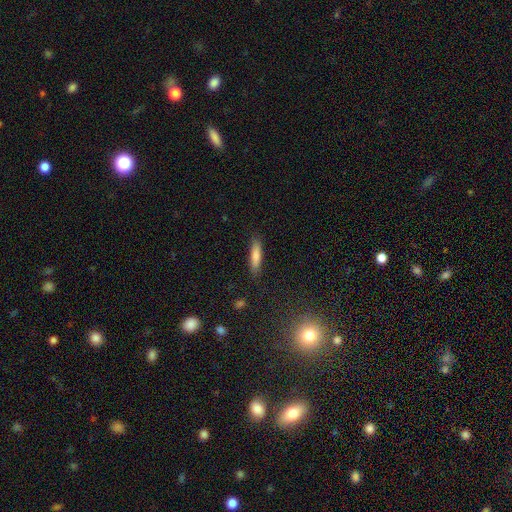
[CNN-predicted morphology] The model was most divided on "how rounded": cigar-shaped: 74%, in between: 24%, round: 2%. More confident: merging — none (86%); smooth or featured — smooth (76%).